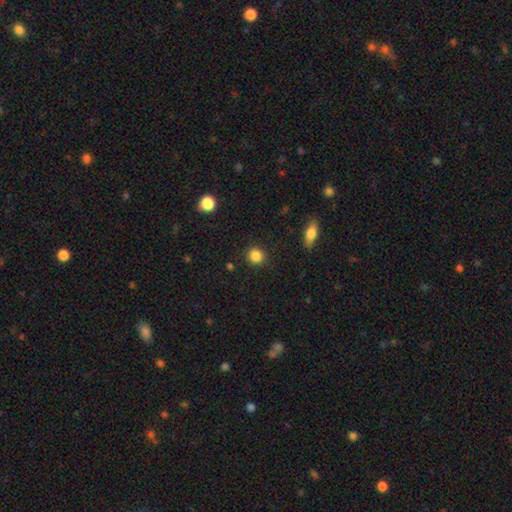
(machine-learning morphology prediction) This is clearly a smooth galaxy (86%). How rounded: clearly round (89%). Merging: clearly none (89%).